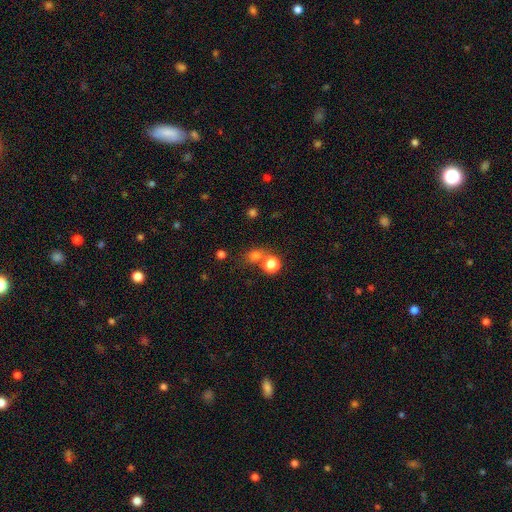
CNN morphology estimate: This is likely a smooth galaxy (75%). How rounded: likely round (76%). Merging: likely none (61%).